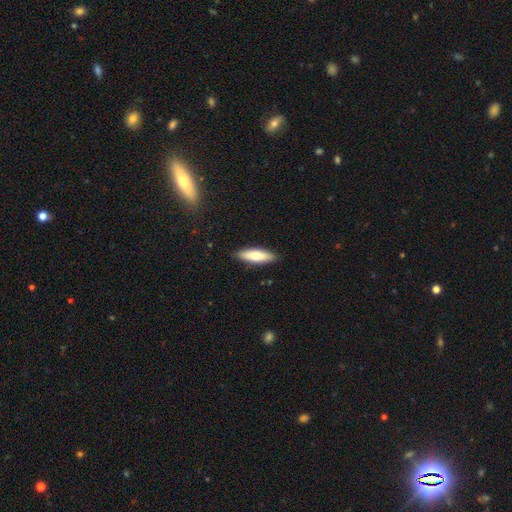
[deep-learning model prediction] Morphology: type=smooth (71%); roundness=cigar-shaped (51%); merging=none (89%).